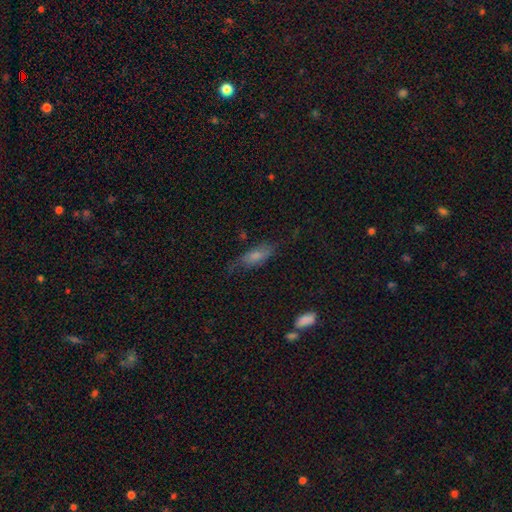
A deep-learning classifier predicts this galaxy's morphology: type=smooth (64%); roundness=in between (71%); merging=none (57%).